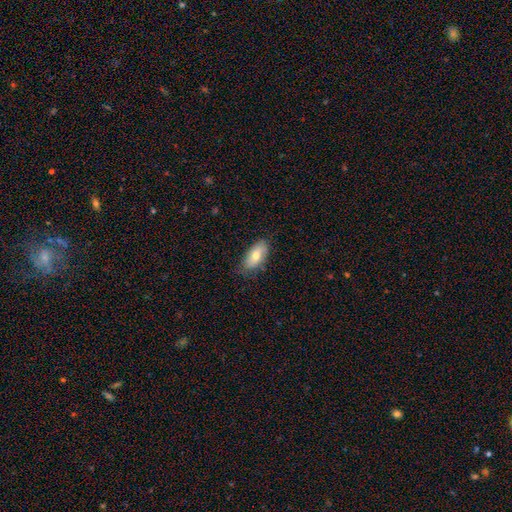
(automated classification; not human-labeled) Smooth or featured?
  - smooth: 68% *
  - featured or disk: 25%
  - star or artifact: 7%
How rounded?
  - in between: 90% *
  - cigar-shaped: 6%
  - round: 3%
Merging?
  - none: 77% *
  - minor disturbance: 19%
  - major disturbance: 3%
  - merger: 1%